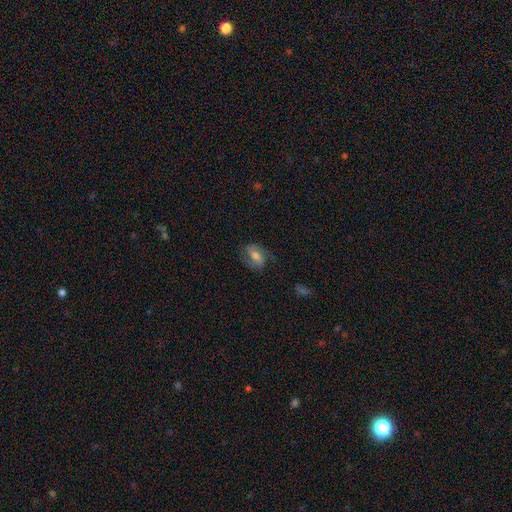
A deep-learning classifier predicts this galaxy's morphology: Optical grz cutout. It shows a featured or disk galaxy (56%) with a weak bar (39%), spiral arms (86%) and a moderate central bulge (58%). Merging: none (70%).